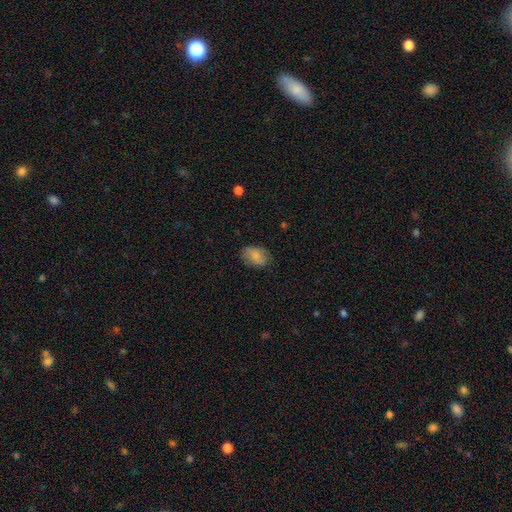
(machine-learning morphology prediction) Overall: smooth (81%). How rounded: in between (86%). Merging: none (76%).